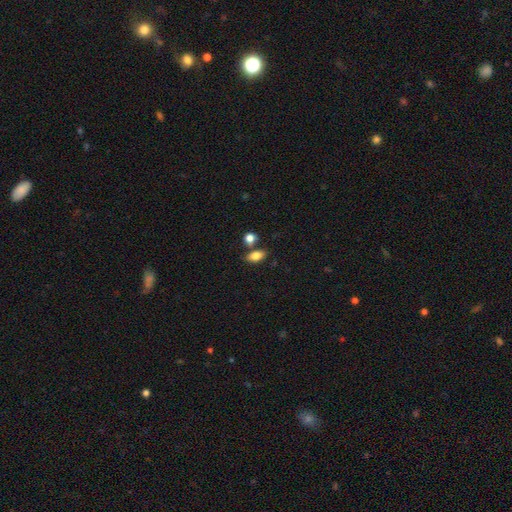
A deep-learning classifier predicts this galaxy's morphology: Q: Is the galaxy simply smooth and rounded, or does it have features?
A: smooth — 80%.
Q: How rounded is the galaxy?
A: in between — 85%.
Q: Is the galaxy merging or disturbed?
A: none — 68%.